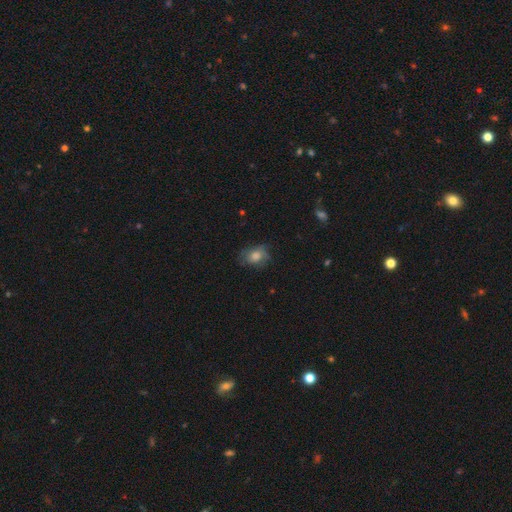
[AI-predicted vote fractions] Smooth or featured: smooth — 63% (featured or disk — 25%)
How rounded: in between — 62% (round — 36%)
Merging: none — 63% (minor disturbance — 25%)